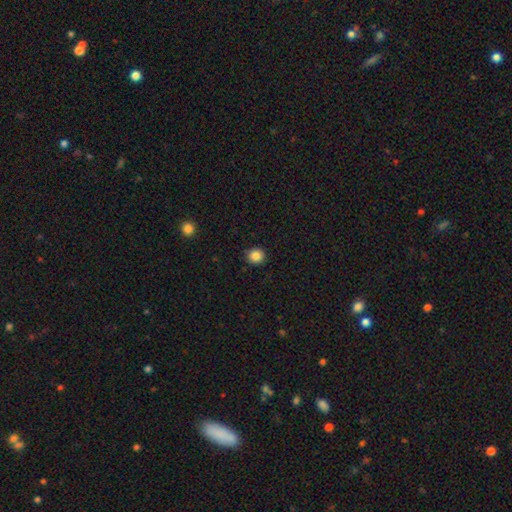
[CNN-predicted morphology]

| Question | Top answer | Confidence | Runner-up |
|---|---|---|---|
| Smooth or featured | smooth | 86% | star or artifact (10%) |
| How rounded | round | 90% | in between (9%) |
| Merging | none | 92% | minor disturbance (5%) |